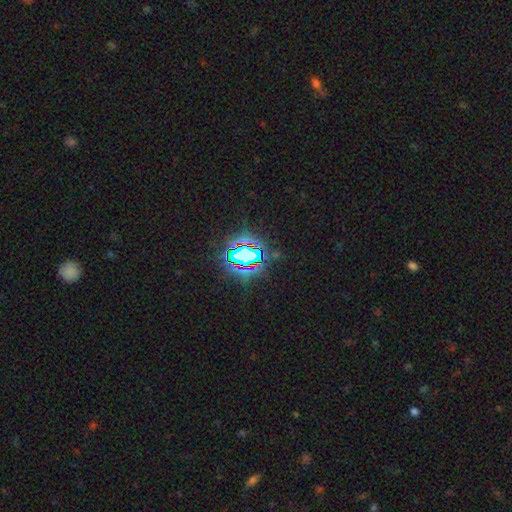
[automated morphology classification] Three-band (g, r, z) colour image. It shows a star or artifact, not a galaxy (77%).